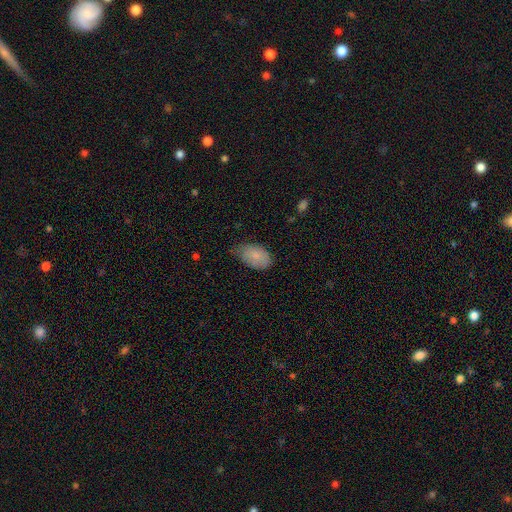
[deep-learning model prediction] Smooth or featured: smooth — 84% (featured or disk — 10%)
How rounded: in between — 92% (round — 6%)
Merging: none — 59% (minor disturbance — 34%)